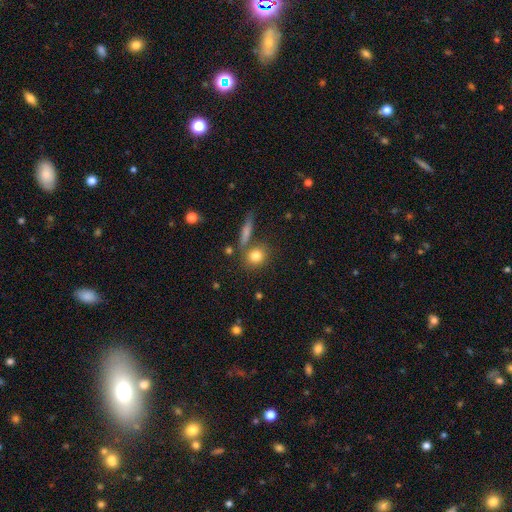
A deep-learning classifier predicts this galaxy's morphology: A smooth galaxy with no disk features (80%) that is round (73%).

Vote fractions:
- Smooth or featured? smooth: 80% / star or artifact: 10% / featured or disk: 10%
- How rounded? round: 73% / in between: 23% / cigar-shaped: 4%
- Merging? none: 71% / merger: 14% / minor disturbance: 11% / major disturbance: 4%